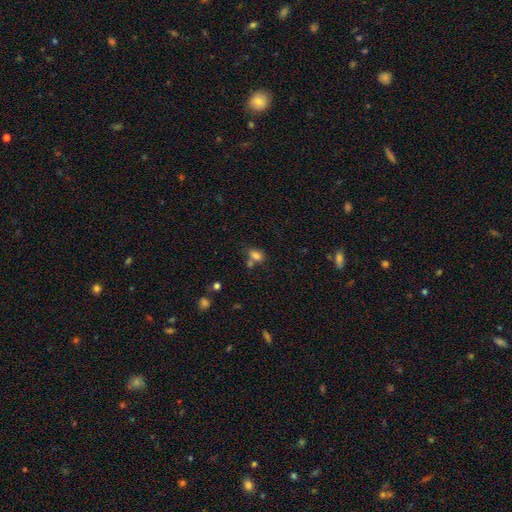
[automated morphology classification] smooth_or_featured: smooth (p=0.79) [alt: star or artifact p=0.13]
how_rounded: in between (p=0.78) [alt: round p=0.20]
merging: none (p=0.48) [alt: merger p=0.32]